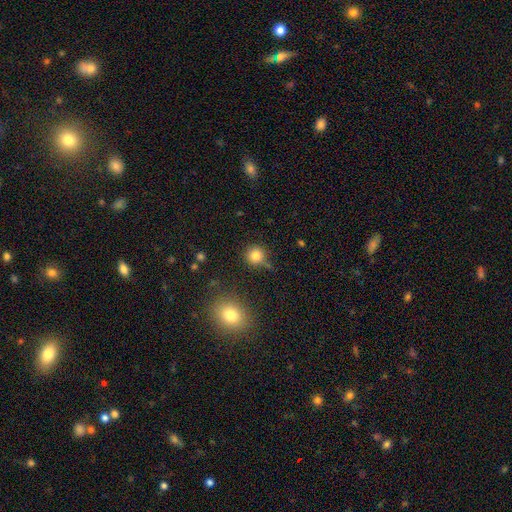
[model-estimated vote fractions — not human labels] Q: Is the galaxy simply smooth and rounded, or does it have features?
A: smooth — 82%.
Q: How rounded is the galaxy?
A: round — 92%.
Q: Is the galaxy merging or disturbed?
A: none — 72%.